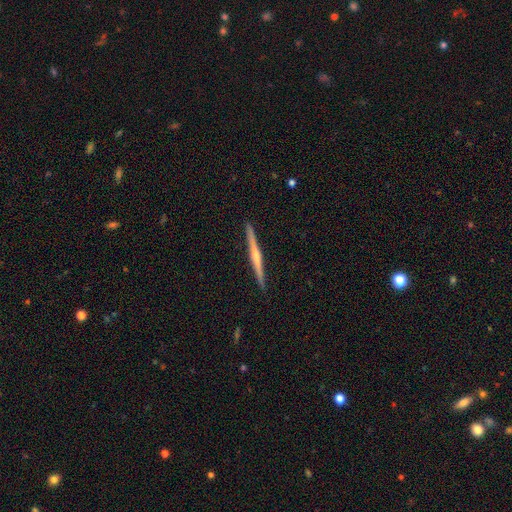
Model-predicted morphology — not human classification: type=featured or disk (76%); edge-on=yes (98%); edge-on bulge=rounded (78%); merging=none (92%).